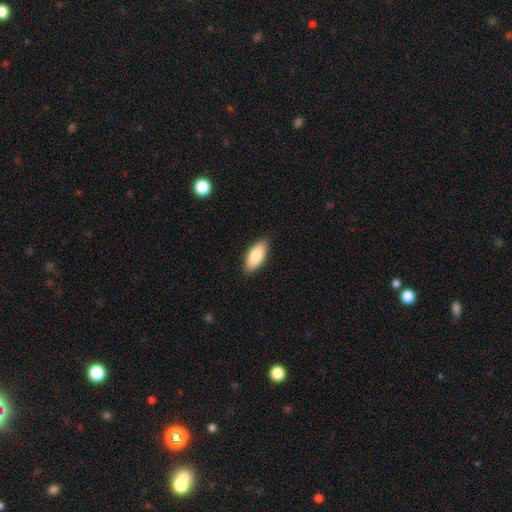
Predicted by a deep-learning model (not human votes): The model was most divided on "how rounded": in between: 81%, cigar-shaped: 17%, round: 2%. More confident: merging — none (88%); smooth or featured — smooth (82%).